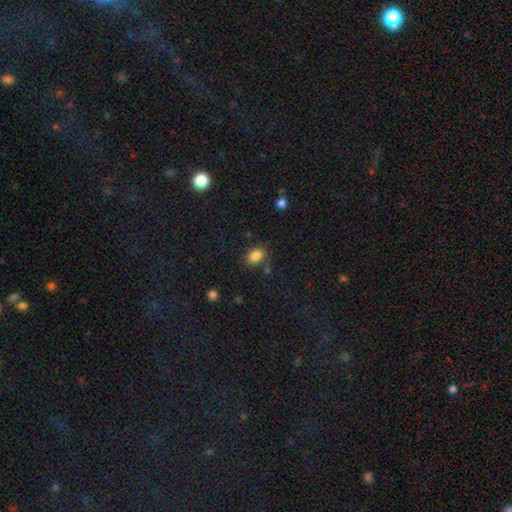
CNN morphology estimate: A smooth galaxy with no disk features (84%) that is in between round and cigar-shaped (59%).

Vote fractions:
- Smooth or featured? smooth: 84% / star or artifact: 10% / featured or disk: 6%
- How rounded? in between: 59% / round: 40% / cigar-shaped: 1%
- Merging? none: 74% / minor disturbance: 15% / merger: 6% / major disturbance: 5%